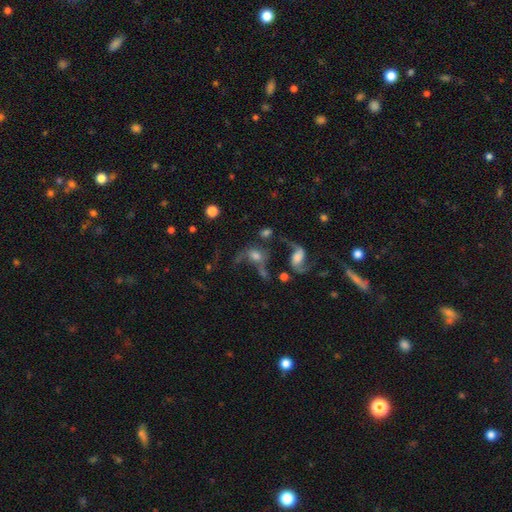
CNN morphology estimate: smooth_or_featured: featured or disk (p=0.44) [alt: smooth p=0.40]
merging: merger (p=0.32) [alt: none p=0.29]